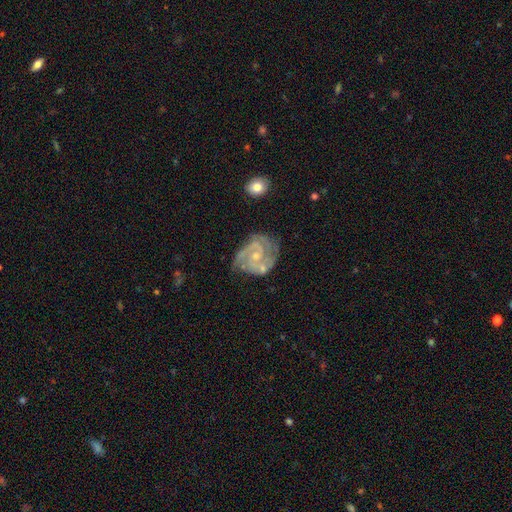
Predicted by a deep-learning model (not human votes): Smooth or featured? featured or disk (86%)
Edge-on disk? no (98%)
Bar? no (60%)
Spiral arms? yes (96%)
Spiral winding? tight (53%)
Spiral arm count? 2 (48%)
Bulge size? small (63%)
Merging? none (56%)